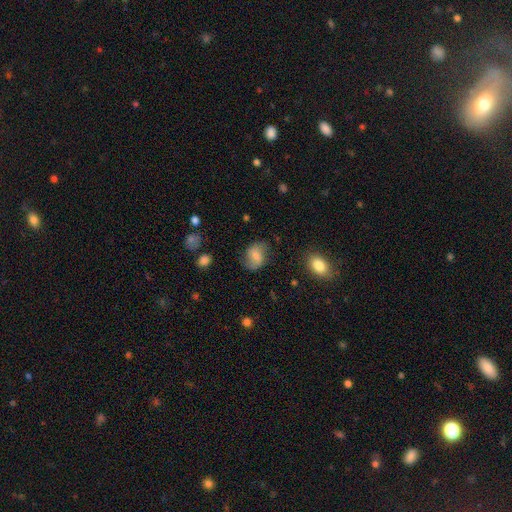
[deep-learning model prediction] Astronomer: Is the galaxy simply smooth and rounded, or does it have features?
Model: smooth — 57% (runner-up: featured or disk, 34%).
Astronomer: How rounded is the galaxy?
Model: in between — 67%.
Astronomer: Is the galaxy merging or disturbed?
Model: none — 67%.